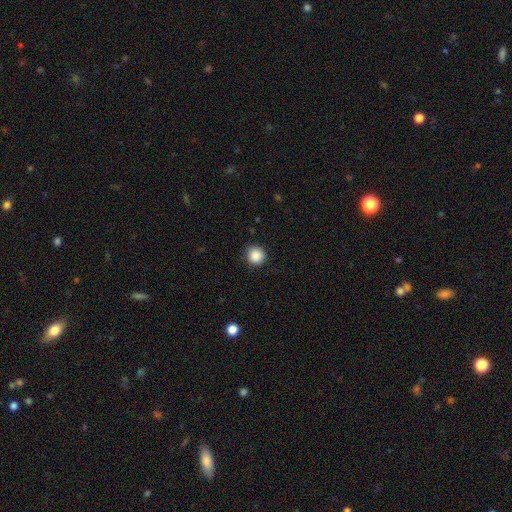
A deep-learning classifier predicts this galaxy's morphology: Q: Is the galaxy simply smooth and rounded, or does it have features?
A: smooth — 87%.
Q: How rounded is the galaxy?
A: round — 94%.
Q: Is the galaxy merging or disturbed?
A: none — 87%.